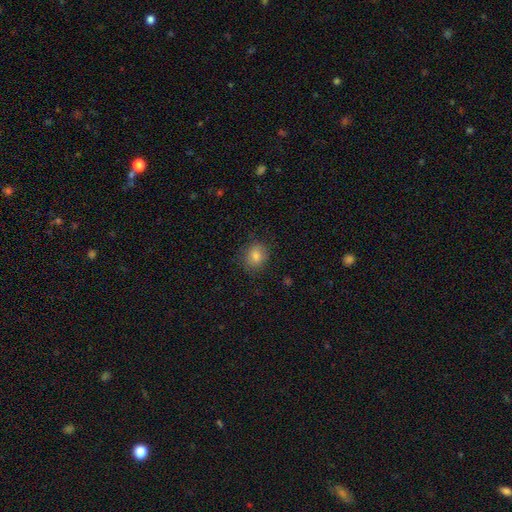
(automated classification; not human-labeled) smooth-or-featured: smooth: 80% | star or artifact: 12% | featured or disk: 8%
  how-rounded: round: 70% | in between: 29% | cigar-shaped: 1%
  merging: none: 84% | minor disturbance: 12% | major disturbance: 3% | merger: 1%